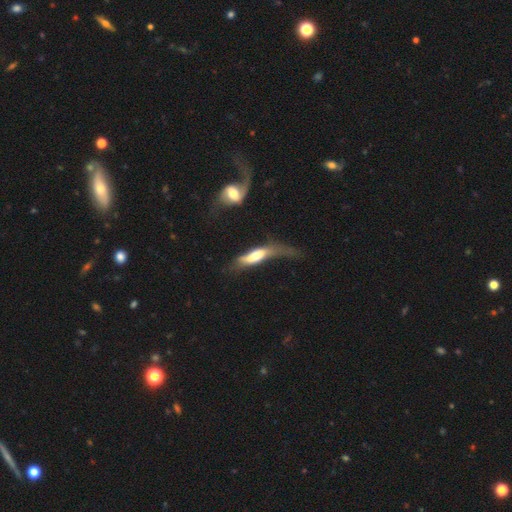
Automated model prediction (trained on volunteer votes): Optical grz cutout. It shows a smooth galaxy with no disk features (48%). Merging: major disturbance (44%).